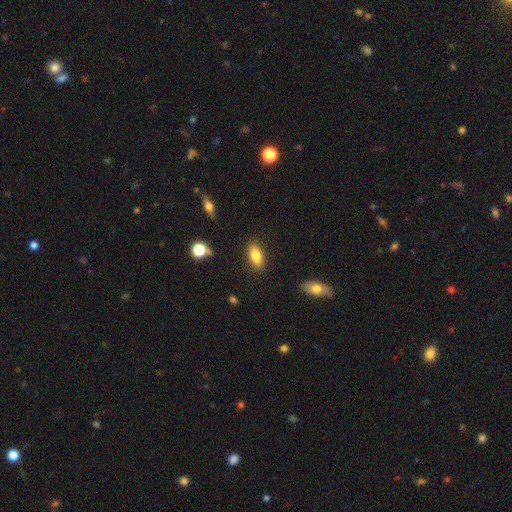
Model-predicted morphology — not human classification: This is clearly a smooth galaxy (83%). How rounded: clearly in between (87%). Merging: clearly none (86%).